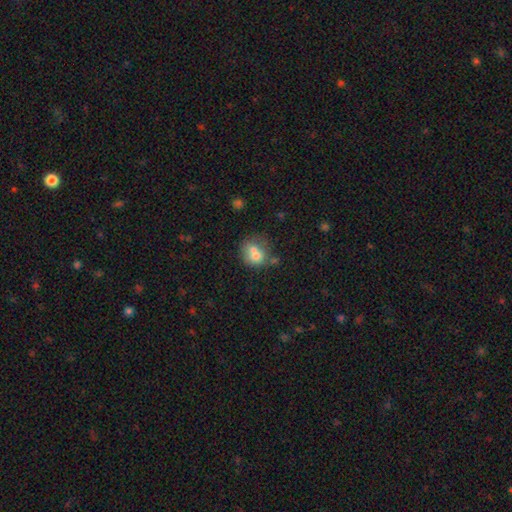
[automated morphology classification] Smooth or featured? smooth (67%)
How rounded? round (67%)
Merging? merger (54%)